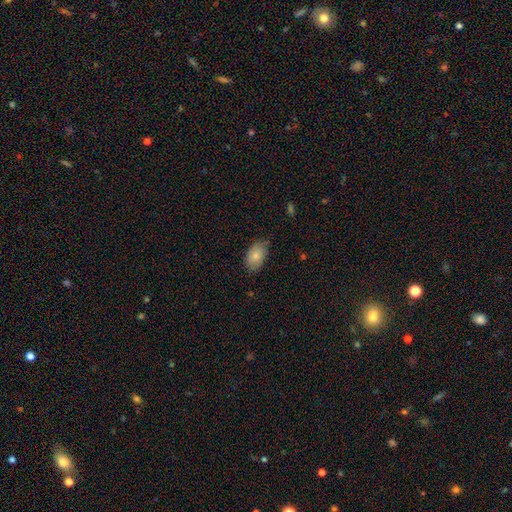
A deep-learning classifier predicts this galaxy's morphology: A smooth galaxy with no disk features (80%) that is in between round and cigar-shaped (91%).

Vote fractions:
- Smooth or featured? smooth: 80% / featured or disk: 14% / star or artifact: 7%
- How rounded? in between: 91% / round: 8% / cigar-shaped: 1%
- Merging? none: 74% / minor disturbance: 21% / major disturbance: 4% / merger: 1%